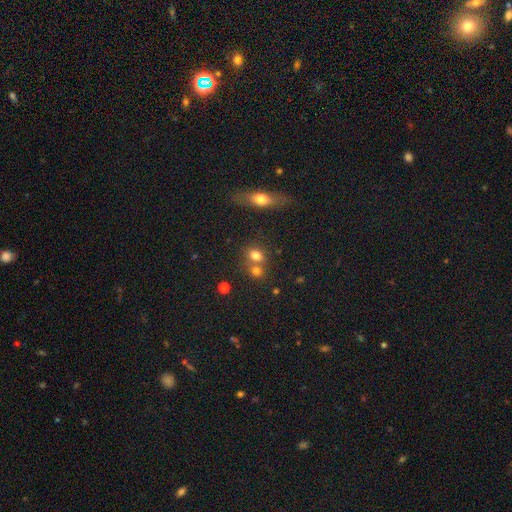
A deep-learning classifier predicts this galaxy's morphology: This is likely a smooth galaxy (75%). How rounded: possibly round (54%). Merging: marginally none (44%).